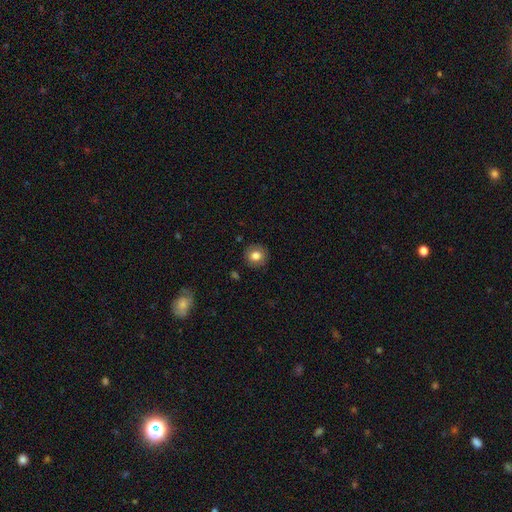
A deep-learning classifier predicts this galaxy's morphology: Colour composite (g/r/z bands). It shows a smooth galaxy with no disk features (81%) that is round (90%). Merging: none (89%).